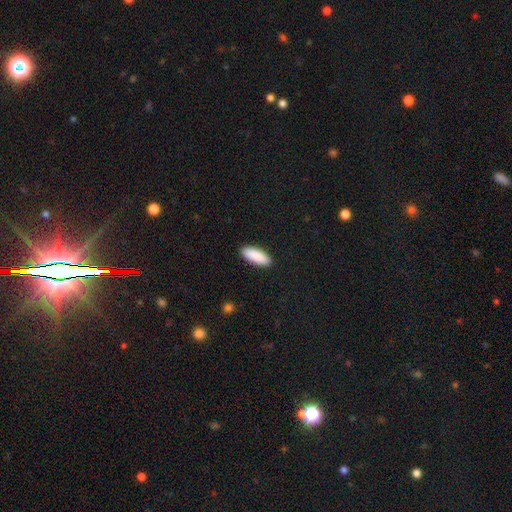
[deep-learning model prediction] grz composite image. It shows a smooth galaxy with no disk features (91%) that is in between round and cigar-shaped (69%). Merging: none (91%).